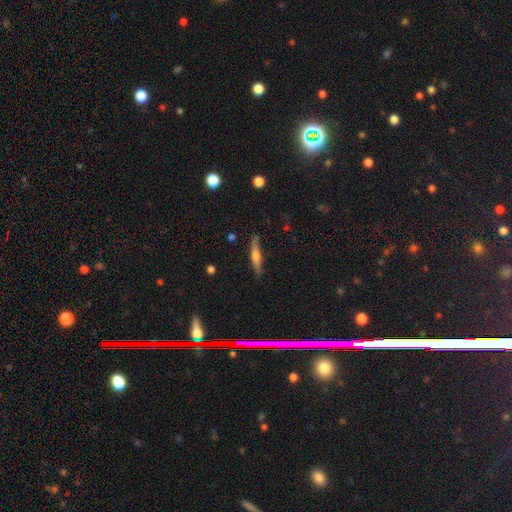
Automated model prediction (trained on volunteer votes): featured or disk 49%, smooth 44%, star or artifact 7%. Down the decision tree: merging — none (87%).